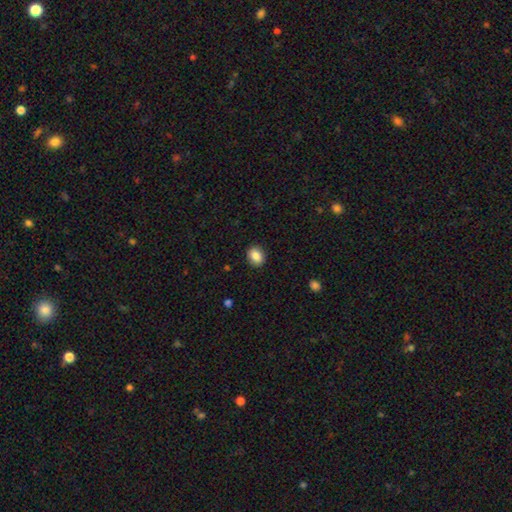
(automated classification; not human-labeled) Smooth or featured?
  - smooth: 86% *
  - star or artifact: 9%
  - featured or disk: 5%
How rounded?
  - in between: 52% *
  - round: 47%
  - cigar-shaped: 1%
Merging?
  - none: 90% *
  - minor disturbance: 7%
  - major disturbance: 2%
  - merger: 1%